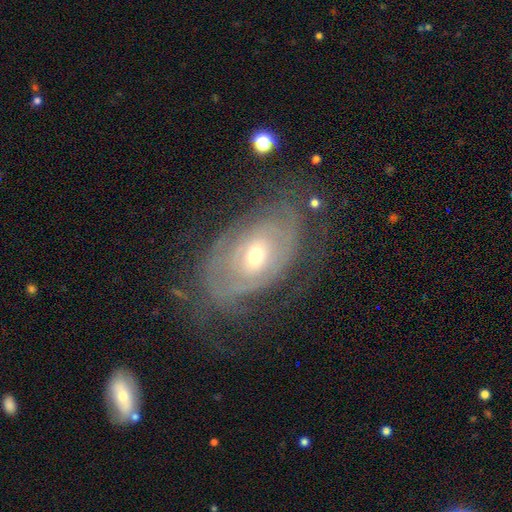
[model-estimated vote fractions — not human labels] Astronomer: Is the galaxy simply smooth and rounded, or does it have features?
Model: featured or disk — 79%.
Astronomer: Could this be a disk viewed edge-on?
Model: no — 94%.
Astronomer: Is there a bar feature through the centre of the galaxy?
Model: no — 68%.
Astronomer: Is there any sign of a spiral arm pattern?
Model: yes — 79%.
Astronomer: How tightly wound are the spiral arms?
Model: tight — 73%.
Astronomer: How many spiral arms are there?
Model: can't tell — 56%.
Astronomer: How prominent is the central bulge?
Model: moderate — 50% (runner-up: small, 46%).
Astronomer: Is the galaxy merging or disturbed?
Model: none — 63%.